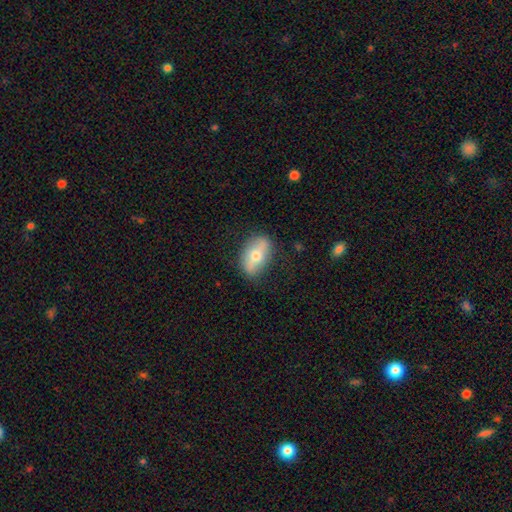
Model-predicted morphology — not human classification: Smooth or featured: smooth — 53% (featured or disk — 40%)
How rounded: in between — 86% (round — 10%)
Merging: none — 80% (minor disturbance — 15%)